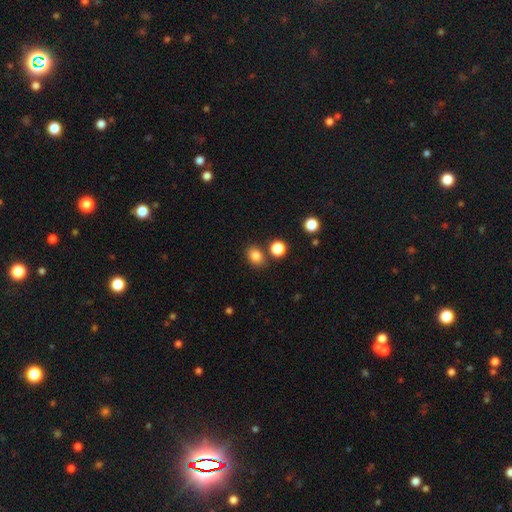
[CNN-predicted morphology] Smooth or featured: smooth — 83% (star or artifact — 12%)
How rounded: in between — 57% (round — 42%)
Merging: none — 78% (minor disturbance — 10%)